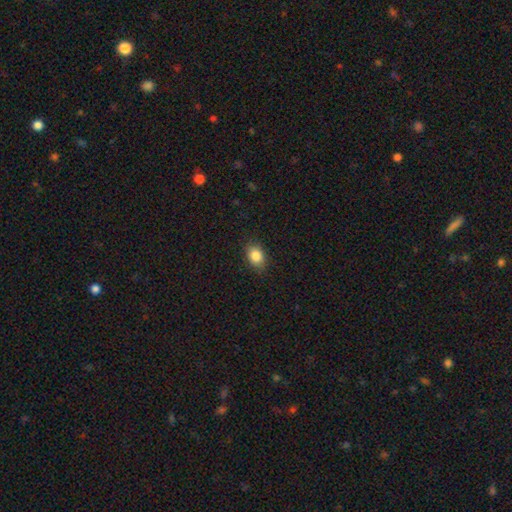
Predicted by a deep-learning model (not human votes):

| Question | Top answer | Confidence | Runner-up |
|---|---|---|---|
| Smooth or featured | smooth | 85% | star or artifact (9%) |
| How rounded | in between | 65% | round (33%) |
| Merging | none | 85% | minor disturbance (11%) |